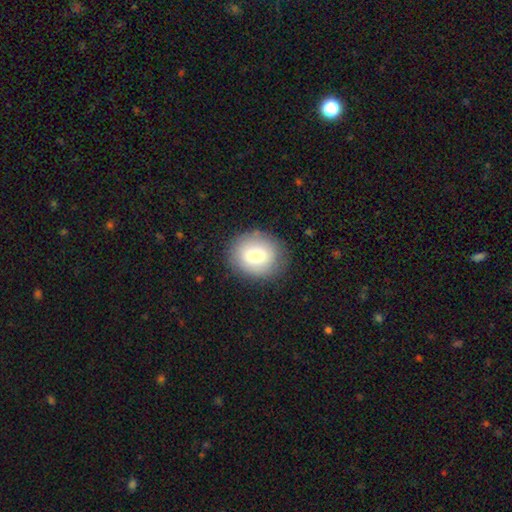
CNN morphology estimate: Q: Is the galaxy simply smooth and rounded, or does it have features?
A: smooth — 74%.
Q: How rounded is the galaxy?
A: round — 71%.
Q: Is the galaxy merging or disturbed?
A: none — 83%.